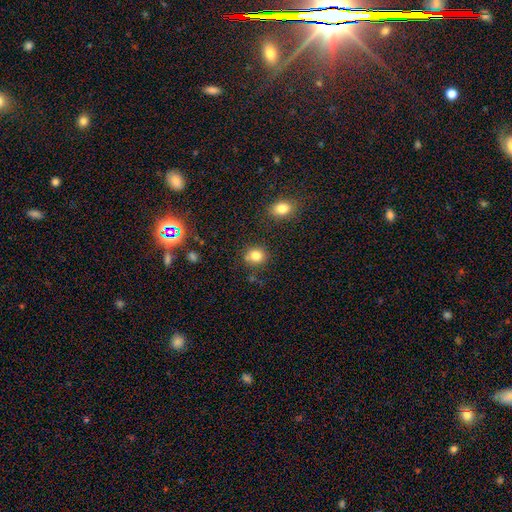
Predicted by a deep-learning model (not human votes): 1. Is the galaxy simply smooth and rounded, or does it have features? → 81% smooth, 12% star or artifact, 7% featured or disk.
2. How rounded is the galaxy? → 76% round, 23% in between, 1% cigar-shaped.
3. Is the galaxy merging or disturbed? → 77% none, 13% minor disturbance, 7% merger, 3% major disturbance.